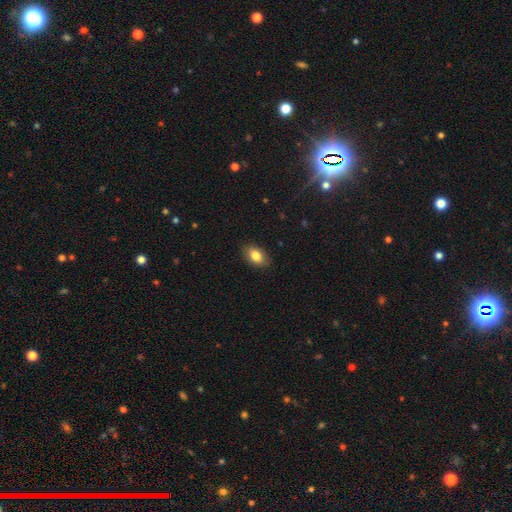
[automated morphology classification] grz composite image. It shows a smooth galaxy with no disk features (83%) that is in between round and cigar-shaped (88%). Merging: none (87%).